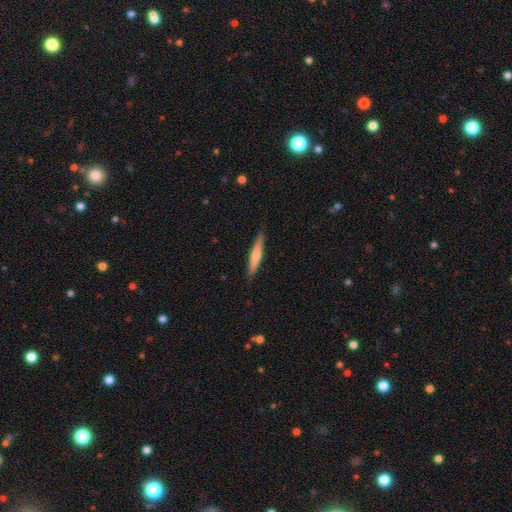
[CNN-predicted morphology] Q: Smooth or featured?
A: smooth (59%); runner-up: featured or disk (35%)
Q: How rounded?
A: cigar-shaped (92%); runner-up: in between (7%)
Q: Merging?
A: none (87%); runner-up: minor disturbance (10%)